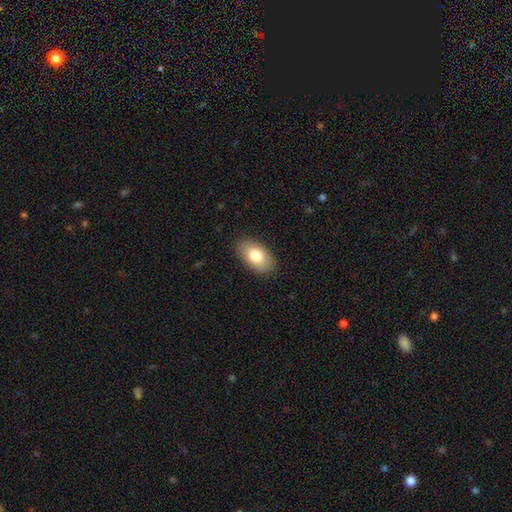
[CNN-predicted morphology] Q: Smooth or featured?
A: smooth (78%); runner-up: featured or disk (15%)
Q: How rounded?
A: in between (93%); runner-up: round (5%)
Q: Merging?
A: none (87%); runner-up: minor disturbance (10%)